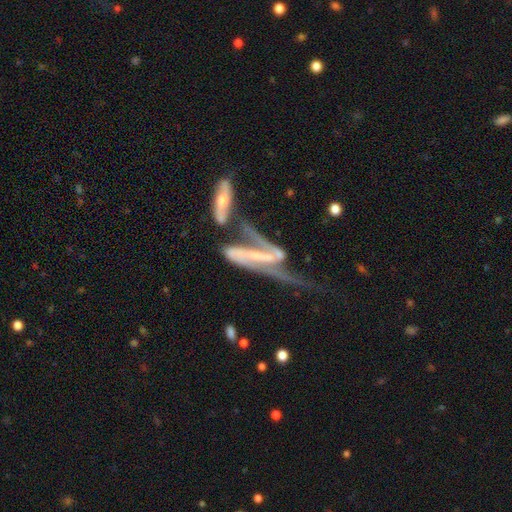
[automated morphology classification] featured or disk 80%, smooth 11%, star or artifact 9%. Down the decision tree: edge-on disk — no (76%); bar — strong (50%); spiral arms — yes (81%); bulge size — small (45%); merging — merger (41%).